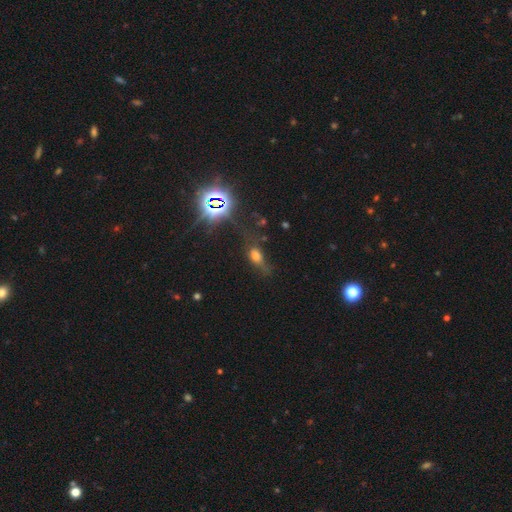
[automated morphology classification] smooth-or-featured: smooth: 48% | star or artifact: 32% | featured or disk: 20%
  merging: none: 47% | minor disturbance: 26% | major disturbance: 23% | merger: 5%